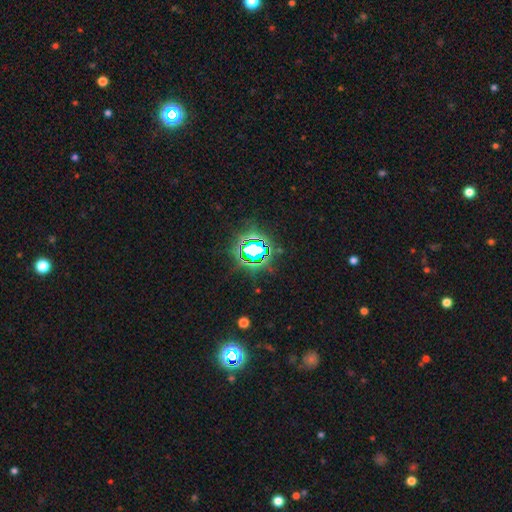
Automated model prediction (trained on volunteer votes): This is likely a star or artifact rather than a galaxy (79%).